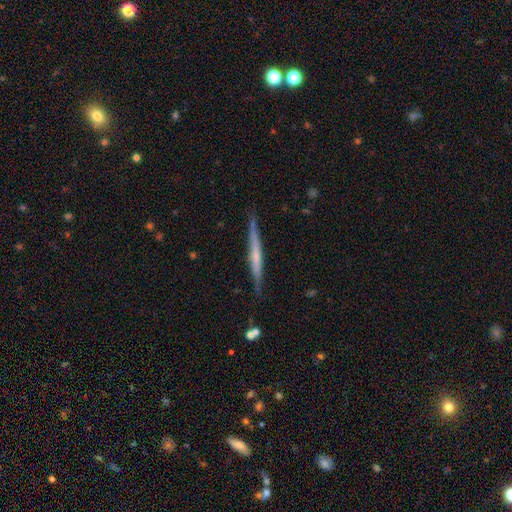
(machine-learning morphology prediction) smooth-or-featured: featured or disk: 59% | smooth: 35% | star or artifact: 6%
  disk-edge-on: yes: 97% | no: 3%
    edge-on-bulge: none: 59% | rounded: 33% | boxy: 8%
  merging: none: 85% | minor disturbance: 11% | major disturbance: 2% | merger: 1%